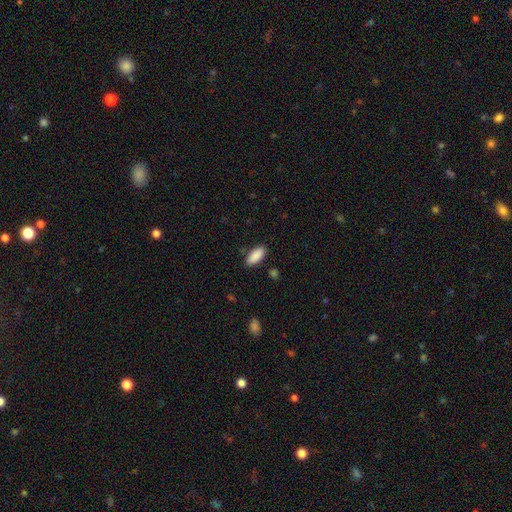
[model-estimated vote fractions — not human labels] This is clearly a smooth galaxy (90%). How rounded: clearly in between (87%). Merging: clearly none (86%).